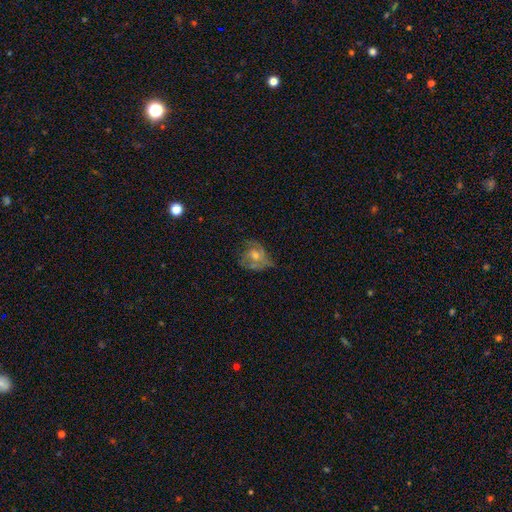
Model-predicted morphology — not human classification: This is likely a featured or disk galaxy (66%). It is clearly not viewed edge-on (97%). Bar: likely no (75%). Spiral arm pattern: likely yes (77%). Central bulge: possibly moderate (58%). Merging: possibly none (58%).